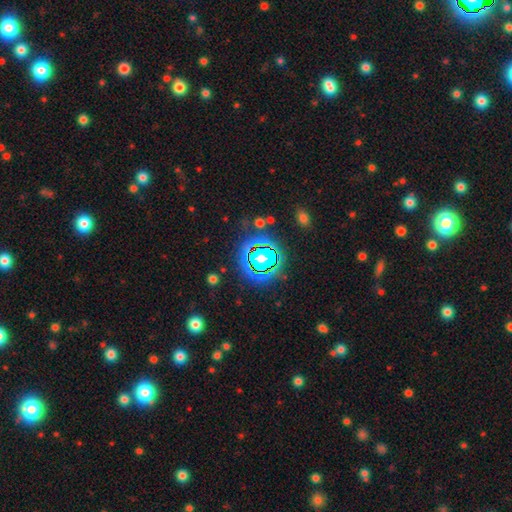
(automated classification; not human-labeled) The model was most divided on "smooth or featured": star or artifact: 80%, smooth: 12%, featured or disk: 8%.